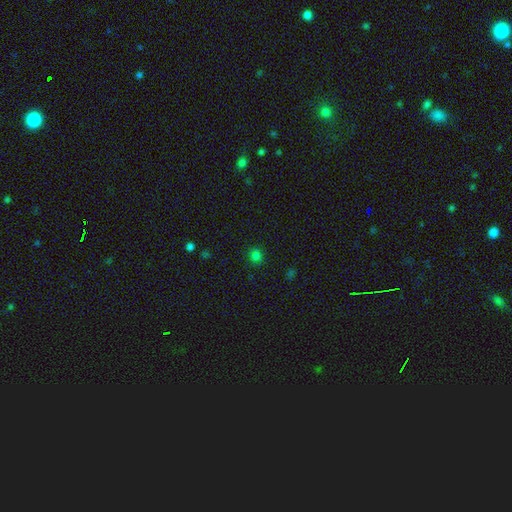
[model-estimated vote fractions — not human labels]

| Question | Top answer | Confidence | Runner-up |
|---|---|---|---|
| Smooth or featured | smooth | 78% | star or artifact (19%) |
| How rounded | round | 88% | in between (11%) |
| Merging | none | 88% | minor disturbance (8%) |